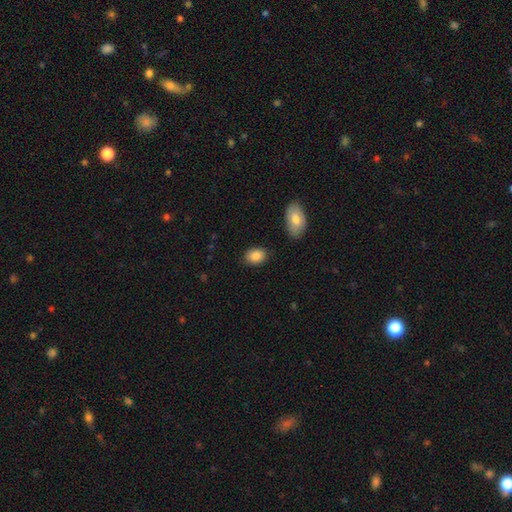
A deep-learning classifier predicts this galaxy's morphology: This appears to be a smooth galaxy with no disk features (87%) that is in between round and cigar-shaped (77%). Merging: none (84%).